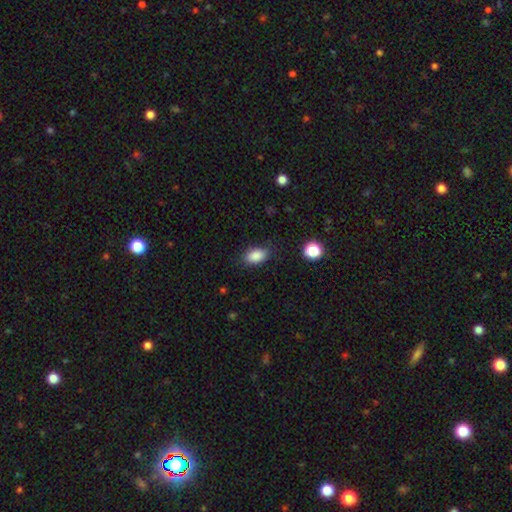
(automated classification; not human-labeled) Morphology: type=smooth (87%); roundness=in between (89%); merging=none (82%).